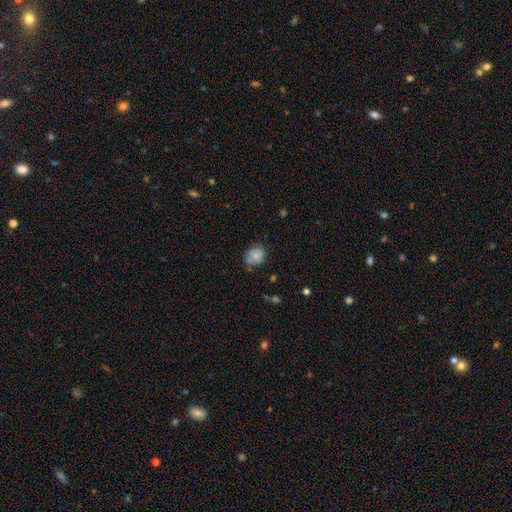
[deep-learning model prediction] Smooth or featured? Predicted: smooth (p=0.76). How rounded? Predicted: round (p=0.58). Merging? Predicted: none (p=0.61).